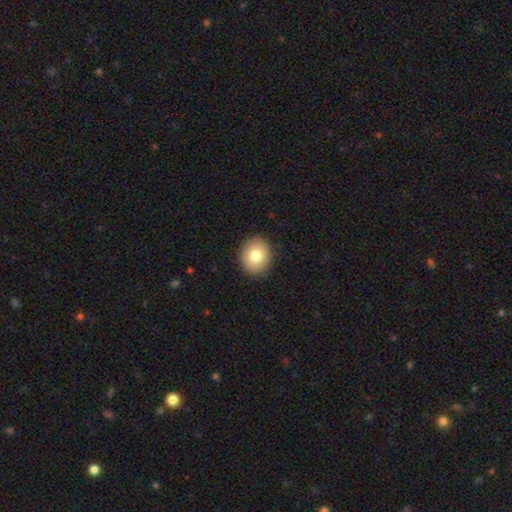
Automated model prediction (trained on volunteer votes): The model was most divided on "how rounded": round: 58%, in between: 41%, cigar-shaped: 1%. More confident: merging — none (90%); smooth or featured — smooth (81%).